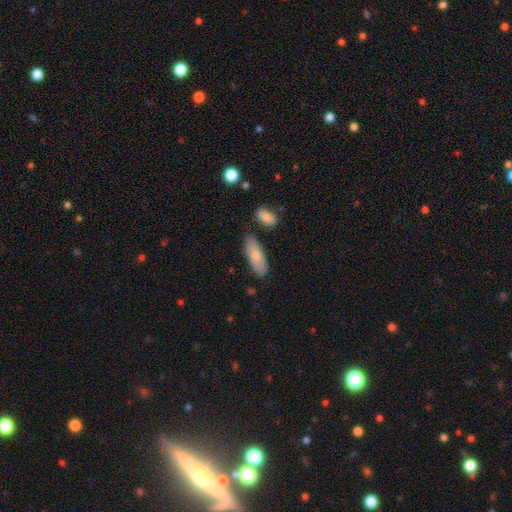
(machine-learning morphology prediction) smooth_or_featured: smooth (p=0.71) [alt: featured or disk p=0.23]
how_rounded: in between (p=0.68) [alt: cigar-shaped p=0.29]
merging: none (p=0.76) [alt: minor disturbance p=0.15]